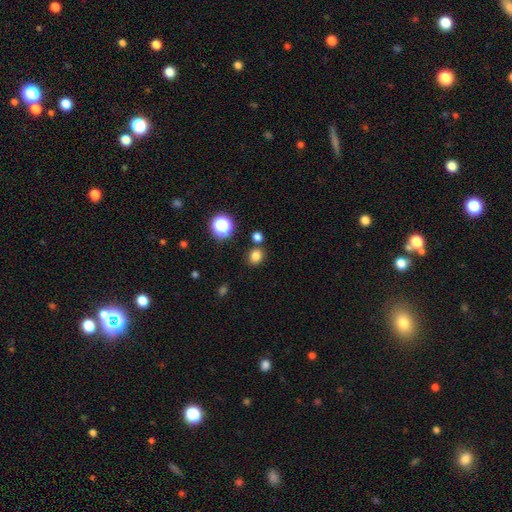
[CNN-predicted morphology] smooth 79%, star or artifact 16%, featured or disk 5%. Down the decision tree: how rounded — round (71%); merging — none (78%).